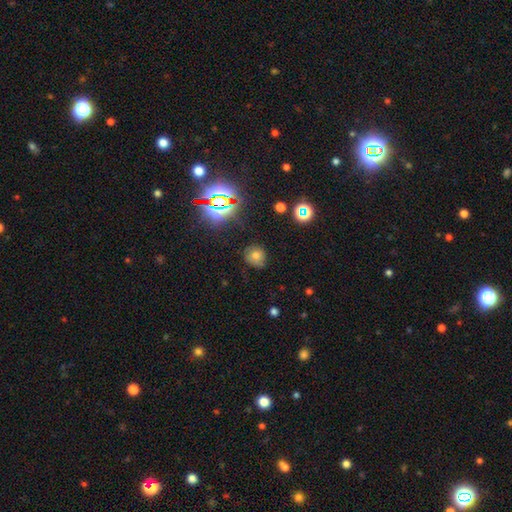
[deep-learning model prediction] Overall: smooth (53%; star or artifact 31%). How rounded: round (83%). Merging: none (74%).